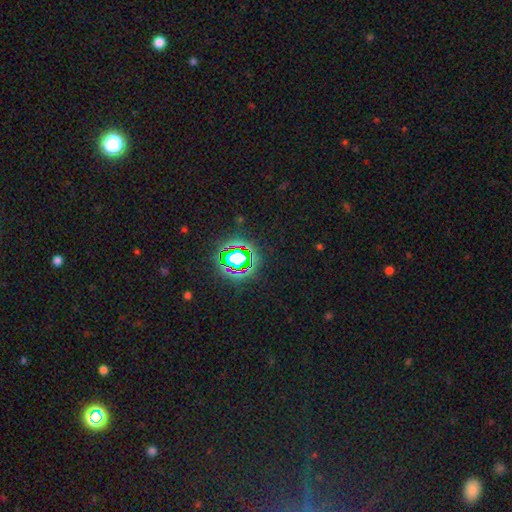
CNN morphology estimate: star or artifact 79%, smooth 14%, featured or disk 7%.